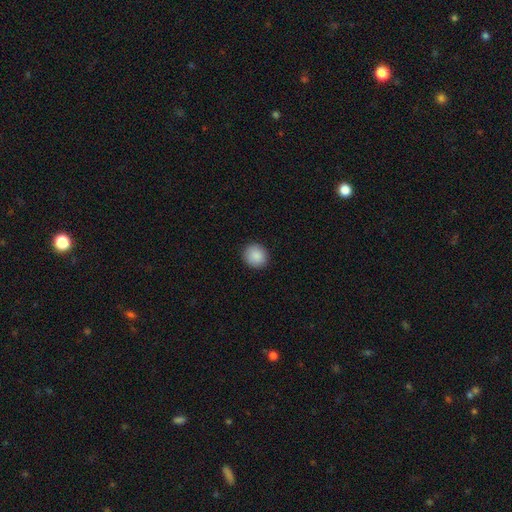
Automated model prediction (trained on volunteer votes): smooth 89%, star or artifact 8%, featured or disk 3%. Down the decision tree: how rounded — round (88%); merging — none (92%).